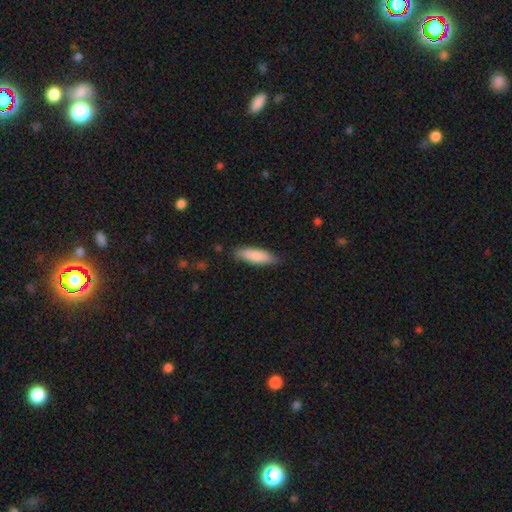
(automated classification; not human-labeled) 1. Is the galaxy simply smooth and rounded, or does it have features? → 85% smooth, 10% featured or disk, 6% star or artifact.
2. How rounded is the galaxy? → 51% cigar-shaped, 48% in between, 2% round.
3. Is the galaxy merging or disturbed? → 82% none, 14% minor disturbance, 2% major disturbance, 1% merger.